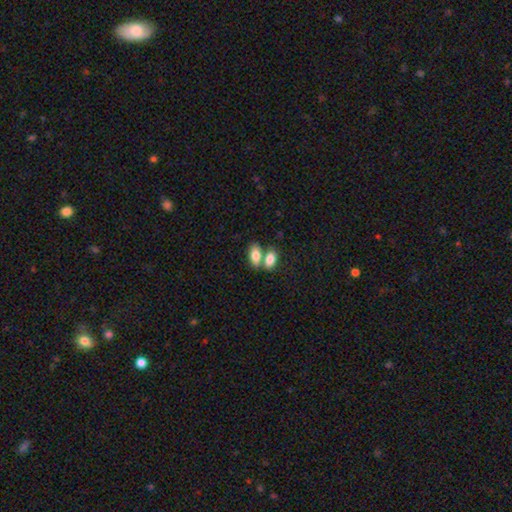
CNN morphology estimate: This is clearly a smooth galaxy (82%). How rounded: clearly in between (90%). Merging: possibly merger (53%).